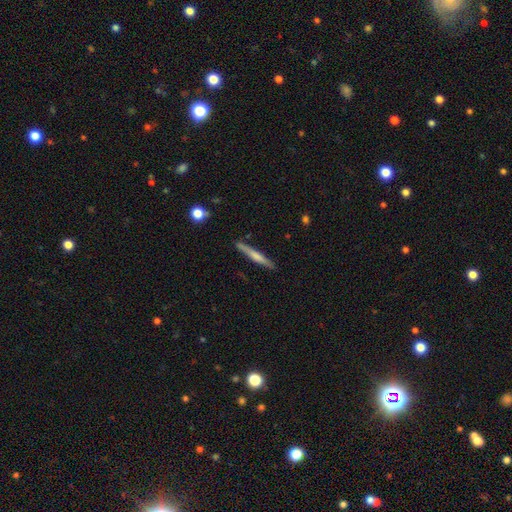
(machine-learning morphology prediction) Q: Smooth or featured?
A: smooth (51%); runner-up: featured or disk (43%)
Q: How rounded?
A: cigar-shaped (95%); runner-up: in between (3%)
Q: Merging?
A: none (88%); runner-up: minor disturbance (8%)